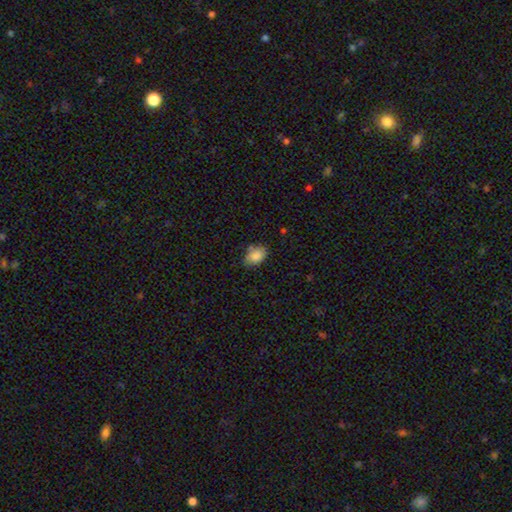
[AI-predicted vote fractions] smooth_or_featured: smooth (p=0.86) [alt: star or artifact p=0.08]
how_rounded: in between (p=0.80) [alt: round p=0.19]
merging: none (p=0.68) [alt: minor disturbance p=0.24]